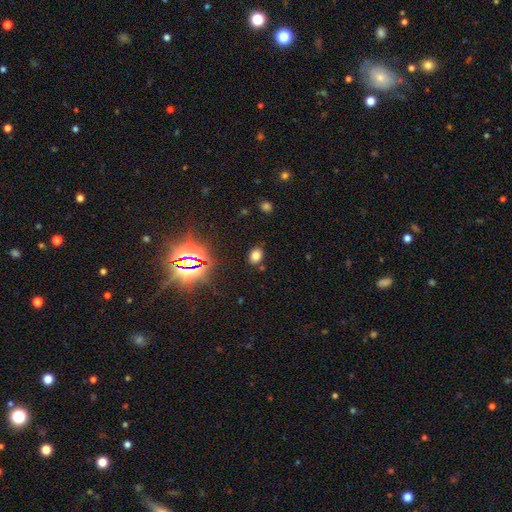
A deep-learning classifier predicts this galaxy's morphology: type=smooth (72%); roundness=in between (60%); merging=none (83%).